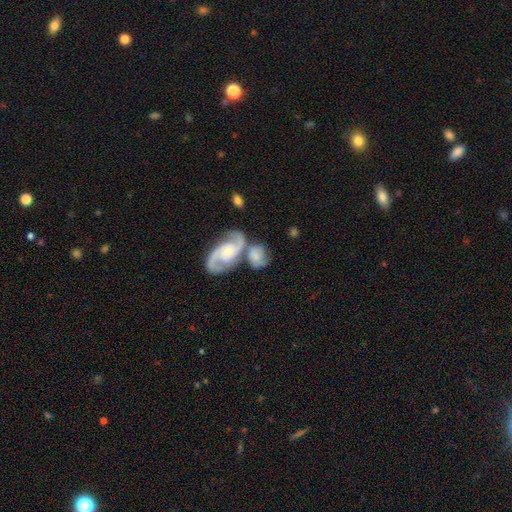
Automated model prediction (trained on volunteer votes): Morphology: type=featured or disk (64%); edge-on=no (95%); bar=no (58%); spiral arms=yes (92%); winding=medium (49%); arm count=2 (89%); bulge=small (45%); merging=merger (48%).